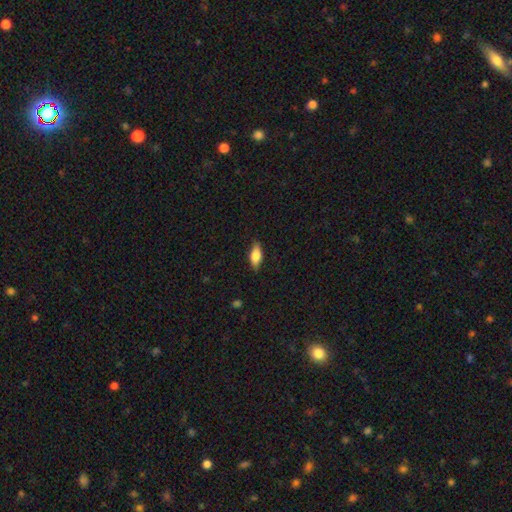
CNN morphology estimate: Q: Smooth or featured?
A: smooth (71%); runner-up: featured or disk (22%)
Q: How rounded?
A: in between (76%); runner-up: cigar-shaped (21%)
Q: Merging?
A: none (85%); runner-up: minor disturbance (11%)